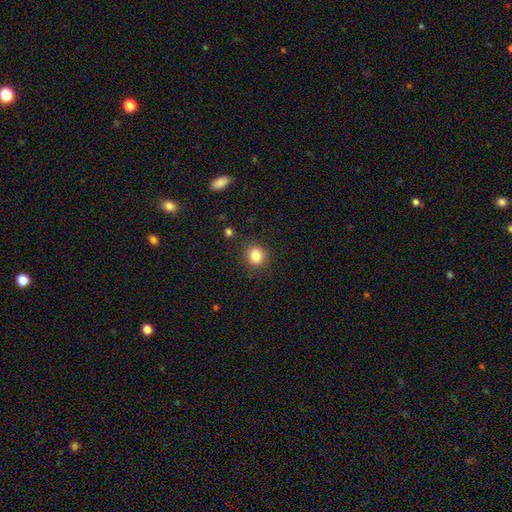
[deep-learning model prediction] Smooth or featured? smooth (83%)
How rounded? round (87%)
Merging? none (88%)